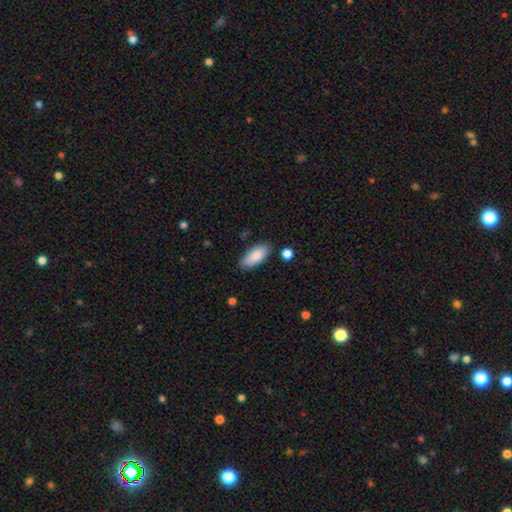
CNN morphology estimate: smooth-or-featured: smooth: 85% | featured or disk: 9% | star or artifact: 6%
  how-rounded: in between: 86% | cigar-shaped: 12% | round: 2%
  merging: none: 84% | minor disturbance: 11% | merger: 3% | major disturbance: 2%